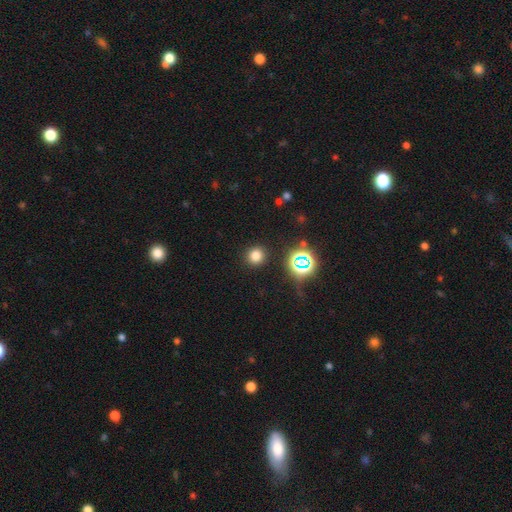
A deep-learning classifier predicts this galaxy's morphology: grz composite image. It shows a smooth galaxy with no disk features (74%) that is round (90%). Merging: none (89%).